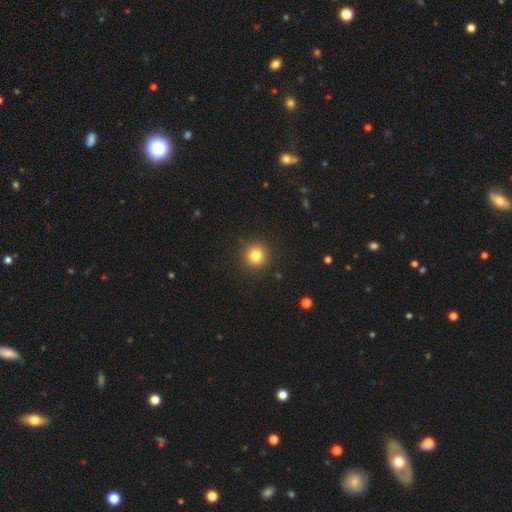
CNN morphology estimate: The model was most divided on "smooth or featured": smooth: 82%, star or artifact: 12%, featured or disk: 6%. More confident: how rounded — round (95%); merging — none (92%).